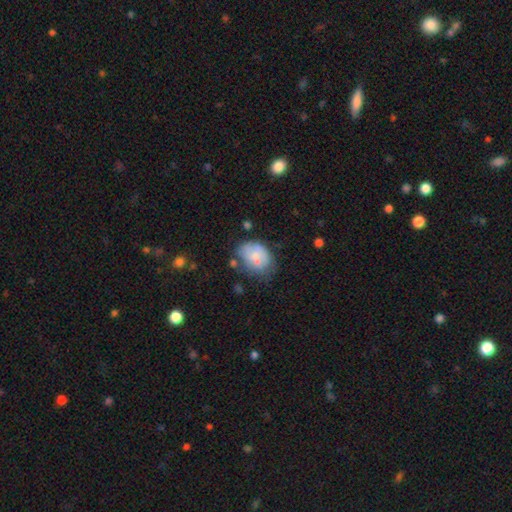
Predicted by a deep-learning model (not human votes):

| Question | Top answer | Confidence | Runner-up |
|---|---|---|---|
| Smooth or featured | smooth | 64% | featured or disk (28%) |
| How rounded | in between | 66% | round (33%) |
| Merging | none | 43% | minor disturbance (31%) |